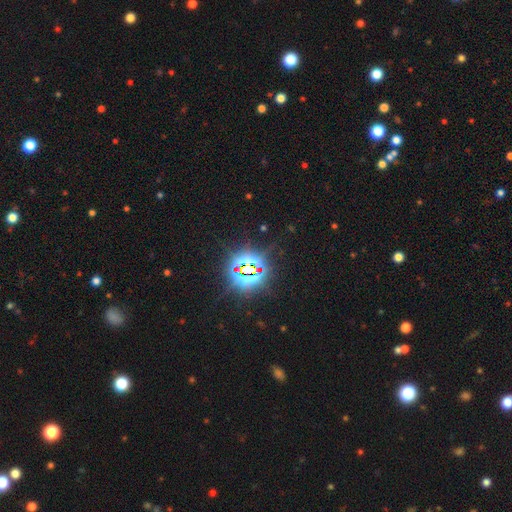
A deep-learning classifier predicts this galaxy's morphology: This is clearly a star or artifact rather than a galaxy (84%).